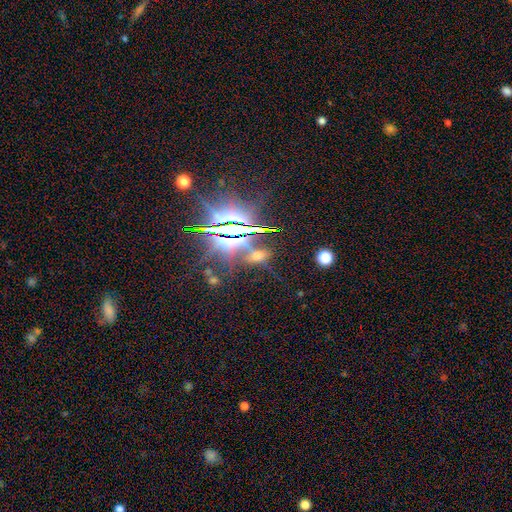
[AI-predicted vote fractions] A star or artifact, not a galaxy (53%).

Vote fractions:
- Smooth or featured? star or artifact: 53% / smooth: 27% / featured or disk: 19%